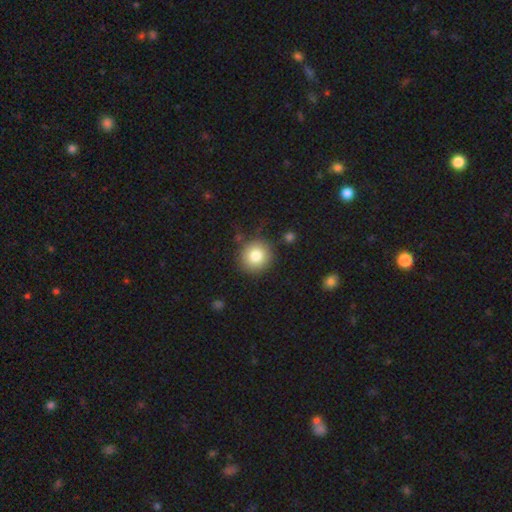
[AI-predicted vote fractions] The model was most divided on "smooth or featured": smooth: 82%, star or artifact: 10%, featured or disk: 9%. More confident: how rounded — round (92%); merging — none (86%).